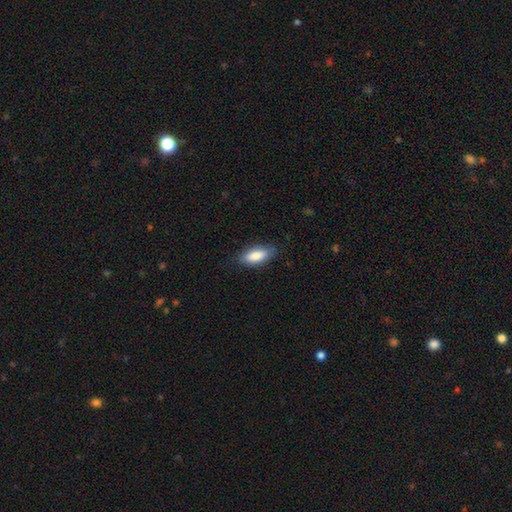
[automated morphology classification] Smooth or featured: smooth — 84% (featured or disk — 9%)
How rounded: in between — 83% (cigar-shaped — 15%)
Merging: none — 82% (minor disturbance — 14%)